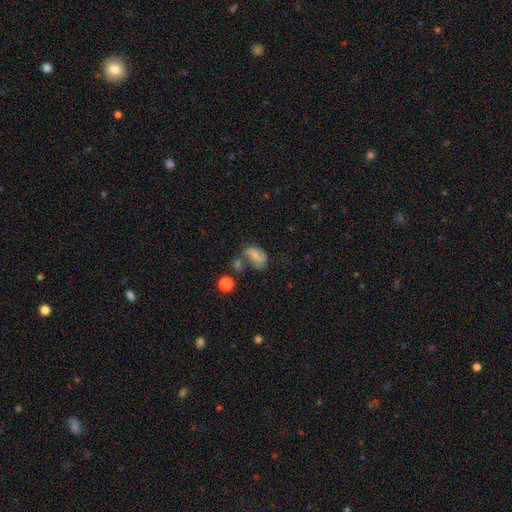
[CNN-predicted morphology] This is possibly a smooth galaxy (52%). How rounded: clearly in between (82%). Merging: marginally none (35%).